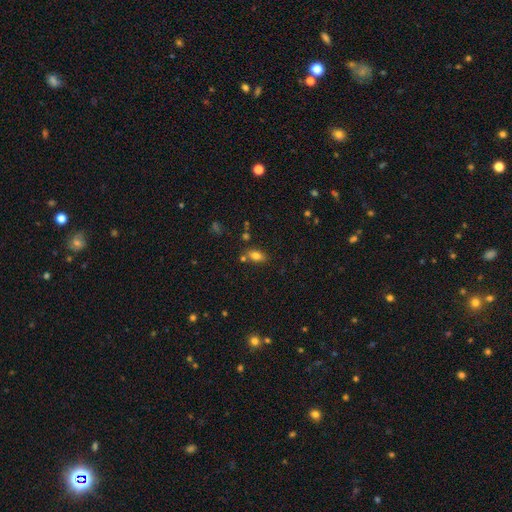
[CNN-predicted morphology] Overall: smooth (78%). How rounded: in between (85%). Merging: none (67%).